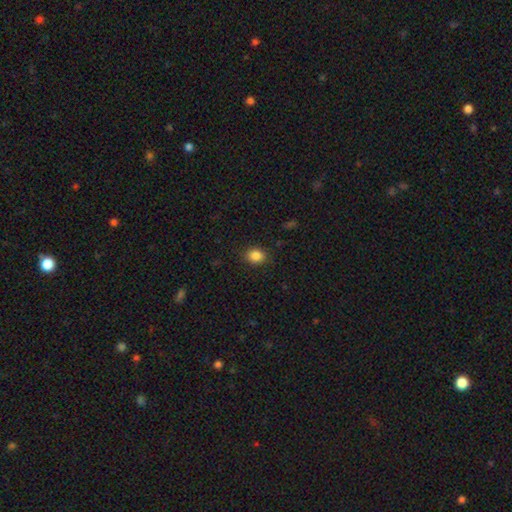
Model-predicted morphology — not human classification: smooth-or-featured: smooth: 86% | star or artifact: 10% | featured or disk: 4%
  how-rounded: round: 52% | in between: 47% | cigar-shaped: 1%
  merging: none: 87% | minor disturbance: 9% | major disturbance: 3% | merger: 1%